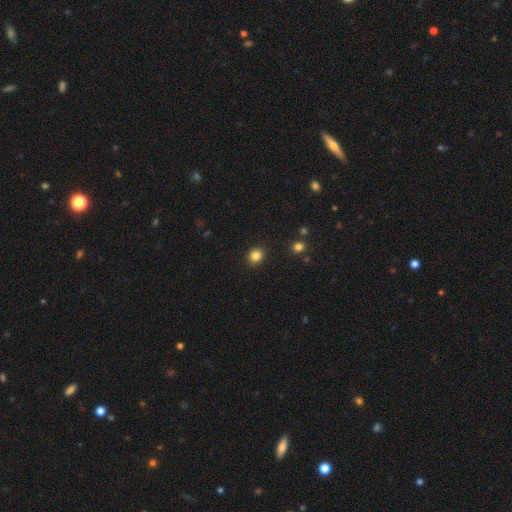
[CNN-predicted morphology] This appears to be a smooth galaxy with no disk features (84%) that is round (77%). Merging: none (89%).